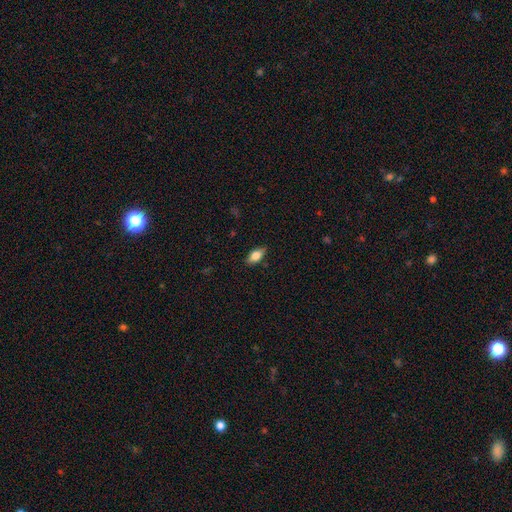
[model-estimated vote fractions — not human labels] Overall: smooth (79%). How rounded: in between (87%). Merging: none (86%).